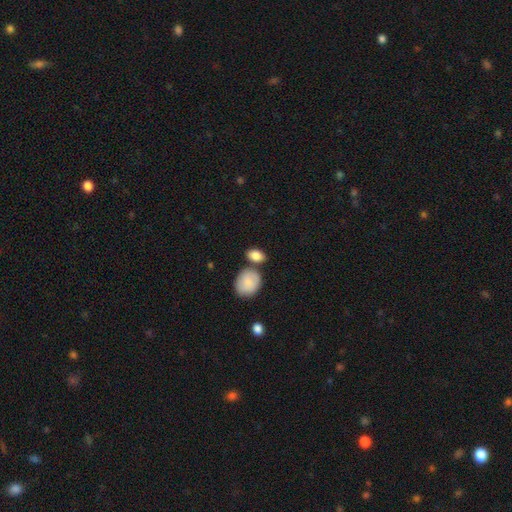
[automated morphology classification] A smooth galaxy with no disk features (86%) that is in between round and cigar-shaped (78%).

Vote fractions:
- Smooth or featured? smooth: 86% / featured or disk: 7% / star or artifact: 7%
- How rounded? in between: 78% / round: 20% / cigar-shaped: 2%
- Merging? none: 63% / merger: 20% / minor disturbance: 14% / major disturbance: 4%